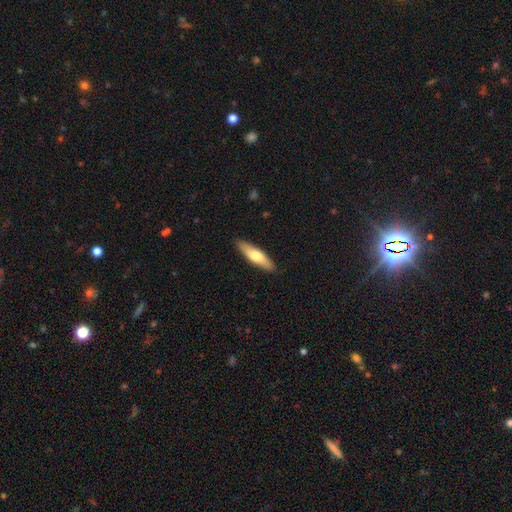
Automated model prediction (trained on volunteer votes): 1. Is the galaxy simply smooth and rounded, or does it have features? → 64% smooth, 31% featured or disk, 5% star or artifact.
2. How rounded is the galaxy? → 64% cigar-shaped, 34% in between, 2% round.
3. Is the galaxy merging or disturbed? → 89% none, 9% minor disturbance, 2% major disturbance, 1% merger.